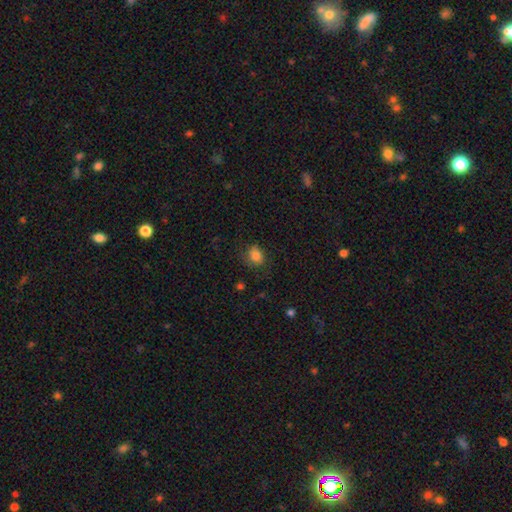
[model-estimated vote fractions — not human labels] Smooth or featured? Predicted: smooth (p=0.81). How rounded? Predicted: round (p=0.55). Merging? Predicted: none (p=0.71).